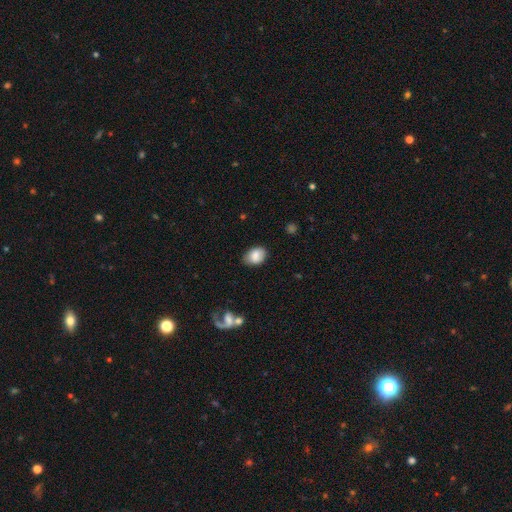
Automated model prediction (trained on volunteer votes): Q: Smooth or featured?
A: smooth (81%); runner-up: featured or disk (11%)
Q: How rounded?
A: in between (78%); runner-up: round (21%)
Q: Merging?
A: none (75%); runner-up: minor disturbance (19%)